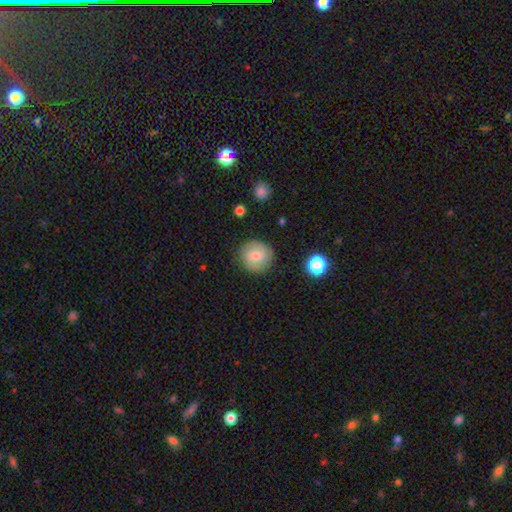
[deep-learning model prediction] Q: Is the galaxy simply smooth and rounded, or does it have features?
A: smooth — 64%.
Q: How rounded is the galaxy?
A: round — 87%.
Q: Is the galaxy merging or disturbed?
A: none — 84%.